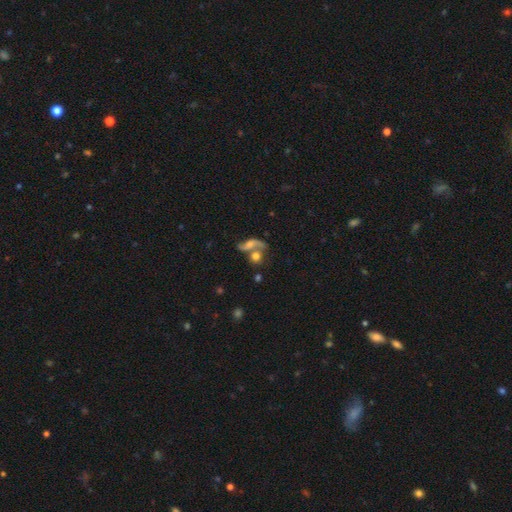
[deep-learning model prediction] Smooth or featured: smooth — 48% (featured or disk — 39%)
Merging: merger — 41% (none — 38%)